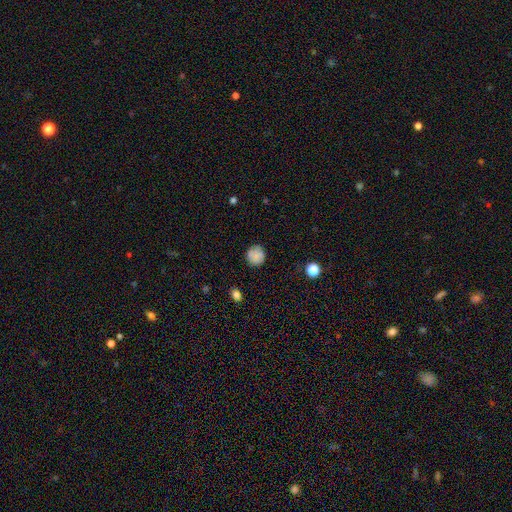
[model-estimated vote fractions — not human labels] smooth_or_featured: smooth (p=0.84) [alt: star or artifact p=0.09]
how_rounded: round (p=0.91) [alt: in between p=0.08]
merging: none (p=0.82) [alt: minor disturbance p=0.13]